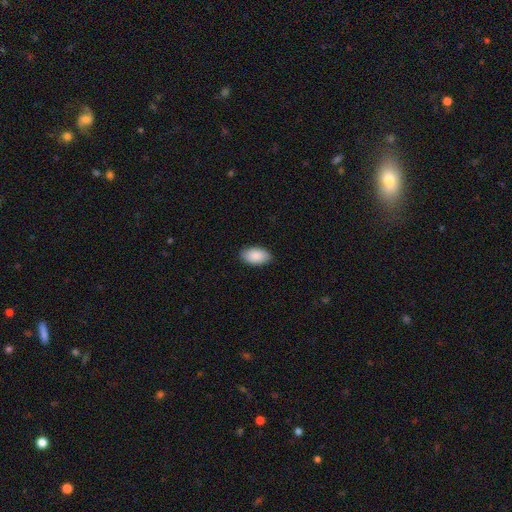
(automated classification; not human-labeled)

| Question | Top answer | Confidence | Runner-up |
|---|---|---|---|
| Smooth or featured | smooth | 88% | star or artifact (6%) |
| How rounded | in between | 95% | round (4%) |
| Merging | none | 87% | minor disturbance (10%) |